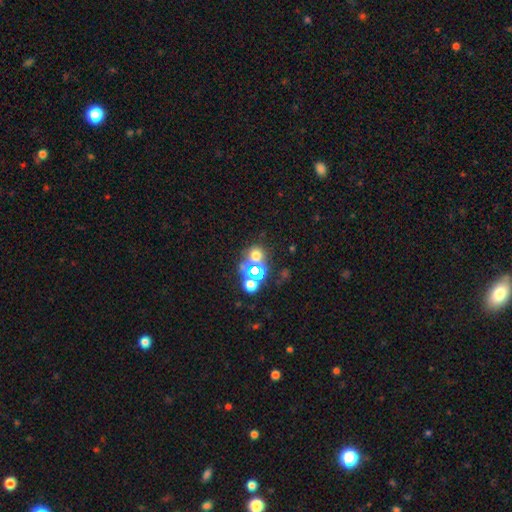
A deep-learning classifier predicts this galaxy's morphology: smooth_or_featured: smooth (p=0.49) [alt: star or artifact p=0.40]
merging: none (p=0.57) [alt: merger p=0.29]